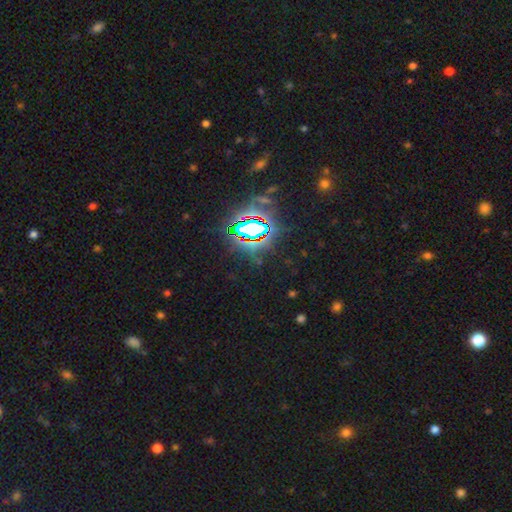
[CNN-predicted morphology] type=star or artifact (79%).